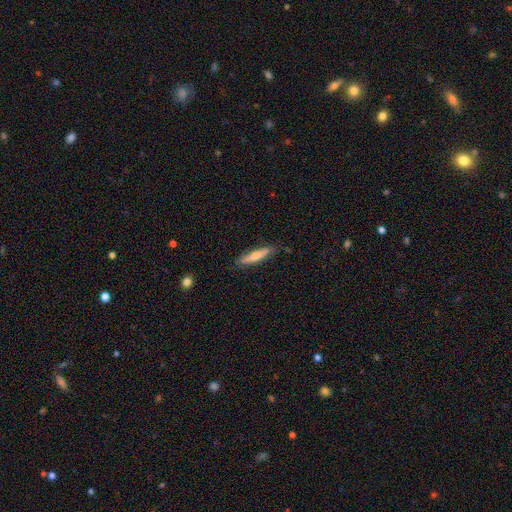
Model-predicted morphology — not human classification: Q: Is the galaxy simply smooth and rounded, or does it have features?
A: smooth — 54%.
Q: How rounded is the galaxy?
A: cigar-shaped — 89%.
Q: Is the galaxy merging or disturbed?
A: none — 83%.